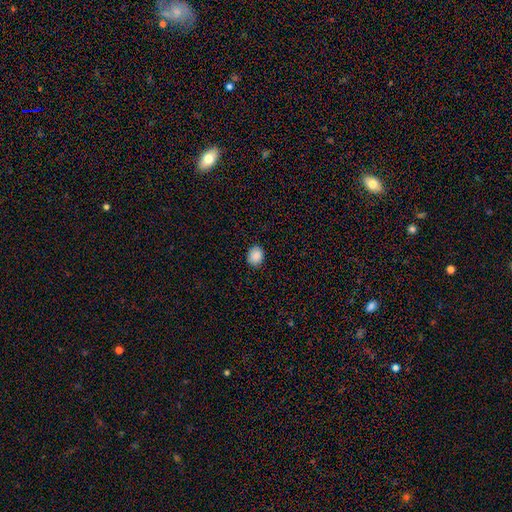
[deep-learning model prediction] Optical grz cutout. It shows a smooth galaxy with no disk features (89%) that is round (56%). Merging: none (86%).